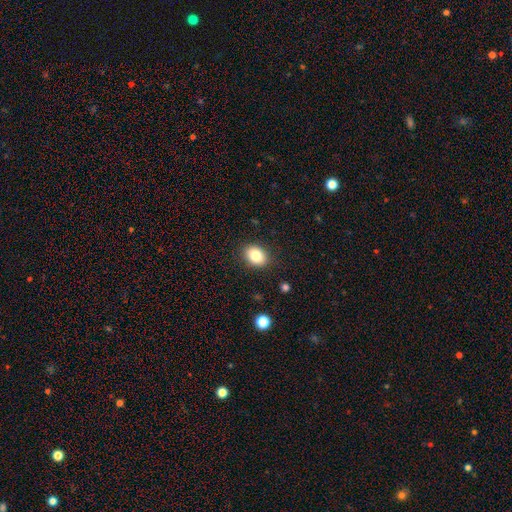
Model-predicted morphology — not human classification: Smooth or featured? Predicted: smooth (p=0.83). How rounded? Predicted: in between (p=0.62). Merging? Predicted: none (p=0.88).